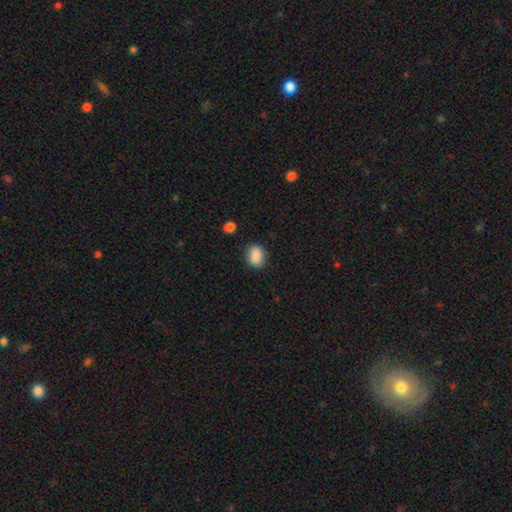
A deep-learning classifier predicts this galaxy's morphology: Smooth or featured? smooth (87%)
How rounded? in between (61%)
Merging? none (81%)